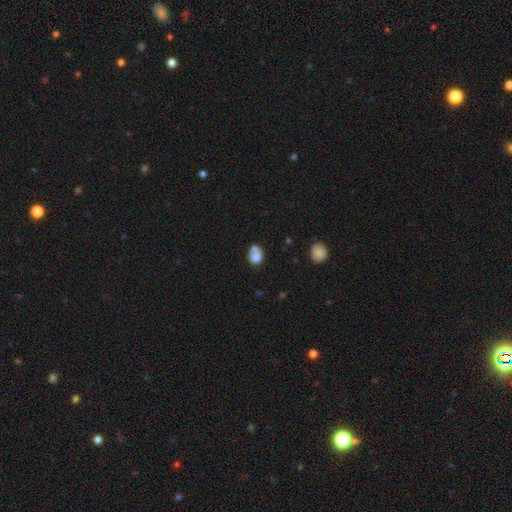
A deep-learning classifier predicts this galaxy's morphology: smooth 73%, featured or disk 17%, star or artifact 10%. Down the decision tree: how rounded — in between (56%); merging — merger (37%).